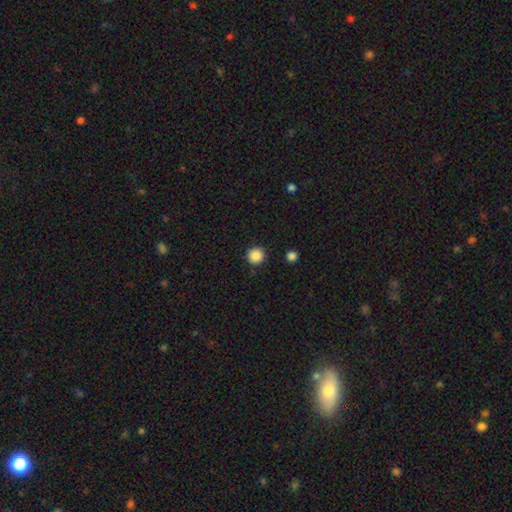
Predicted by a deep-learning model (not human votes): Overall: smooth (87%). How rounded: round (95%). Merging: none (91%).